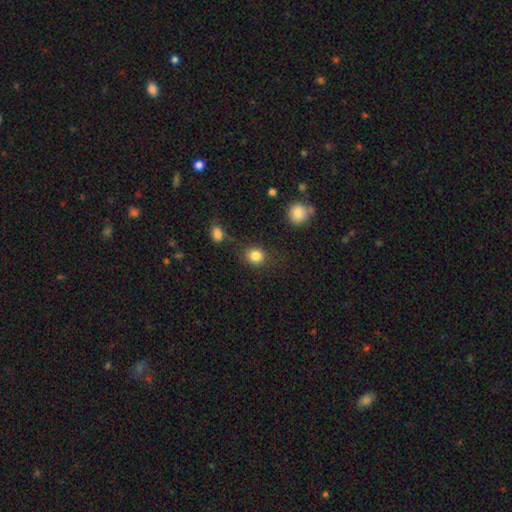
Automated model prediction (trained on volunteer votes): smooth-or-featured: smooth: 84% | star or artifact: 11% | featured or disk: 5%
  how-rounded: round: 75% | in between: 24% | cigar-shaped: 1%
  merging: none: 81% | minor disturbance: 11% | major disturbance: 4% | merger: 4%